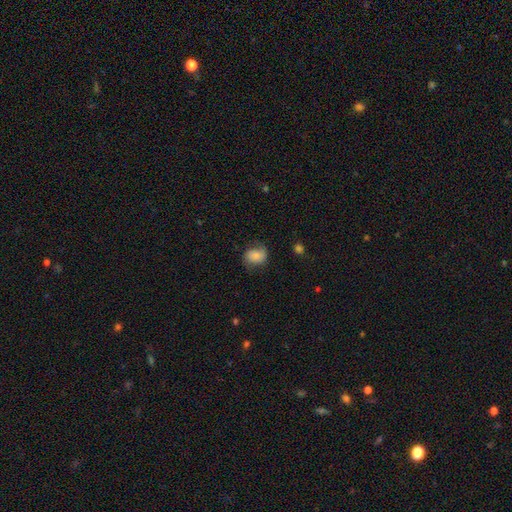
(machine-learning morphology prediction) Smooth or featured? Predicted: smooth (p=0.68). How rounded? Predicted: in between (p=0.56). Merging? Predicted: none (p=0.61).